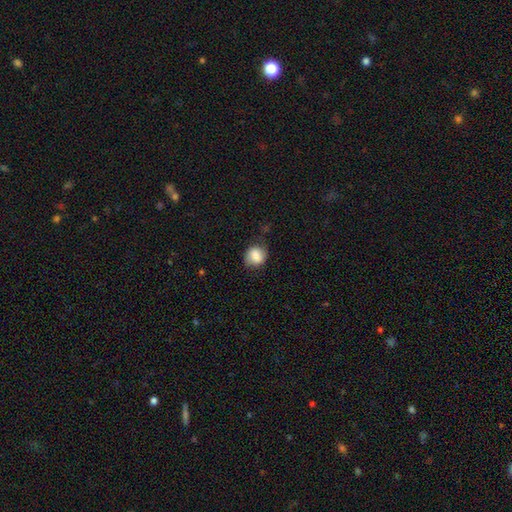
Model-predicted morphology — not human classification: A smooth galaxy with no disk features (79%) that is round (67%). Merging: none (70%).